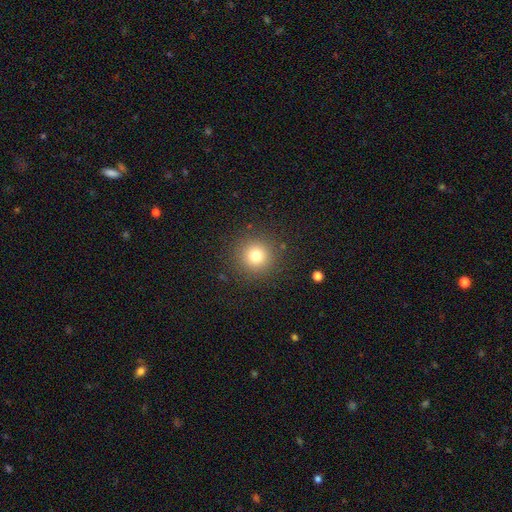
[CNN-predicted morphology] Q: Smooth or featured?
A: smooth (78%); runner-up: star or artifact (14%)
Q: How rounded?
A: round (95%); runner-up: in between (4%)
Q: Merging?
A: none (90%); runner-up: minor disturbance (6%)